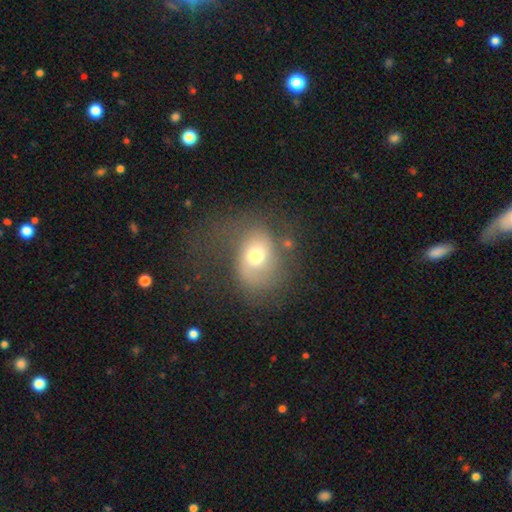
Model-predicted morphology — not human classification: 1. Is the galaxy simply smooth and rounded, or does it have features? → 54% smooth, 35% featured or disk, 11% star or artifact.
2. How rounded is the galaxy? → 53% in between, 46% round, 1% cigar-shaped.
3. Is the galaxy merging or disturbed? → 43% none, 29% major disturbance, 24% minor disturbance, 4% merger.